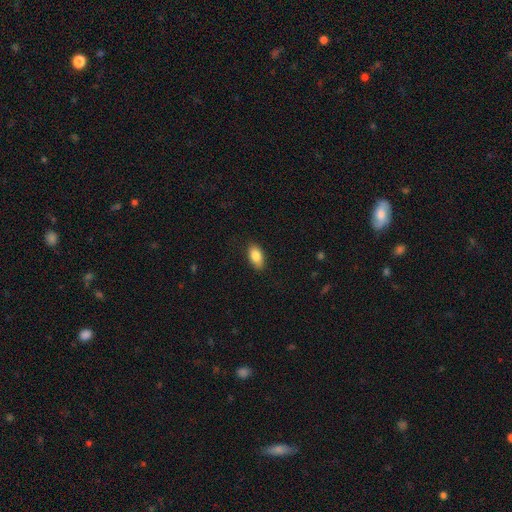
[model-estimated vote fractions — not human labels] Morphology: type=smooth (85%); roundness=in between (92%); merging=none (86%).